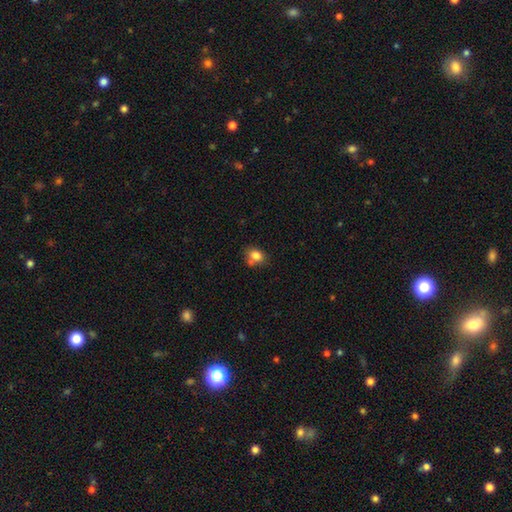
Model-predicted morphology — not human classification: This is clearly a smooth galaxy (82%). How rounded: possibly in between (55%). Merging: possibly none (57%).